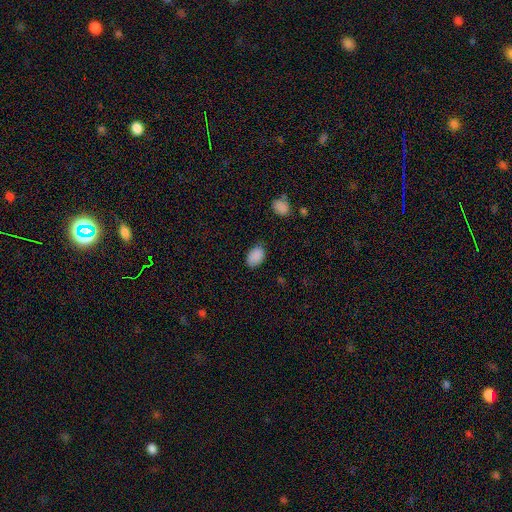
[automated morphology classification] smooth-or-featured: smooth: 88% | star or artifact: 9% | featured or disk: 3%
  how-rounded: in between: 85% | round: 14% | cigar-shaped: 1%
  merging: none: 74% | minor disturbance: 20% | major disturbance: 4% | merger: 2%